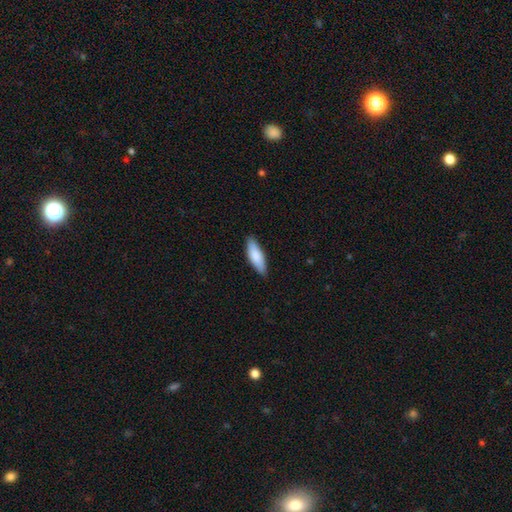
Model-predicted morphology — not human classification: smooth 84%, featured or disk 11%, star or artifact 5%. Down the decision tree: how rounded — in between (54%); merging — none (86%).